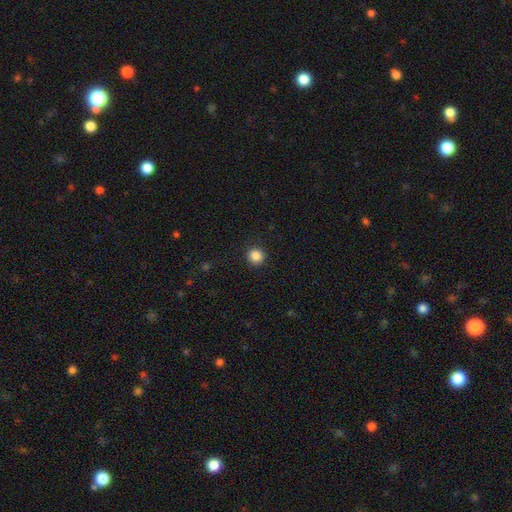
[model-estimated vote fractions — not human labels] Q: Smooth or featured?
A: smooth (87%); runner-up: star or artifact (10%)
Q: How rounded?
A: round (93%); runner-up: in between (6%)
Q: Merging?
A: none (91%); runner-up: minor disturbance (6%)